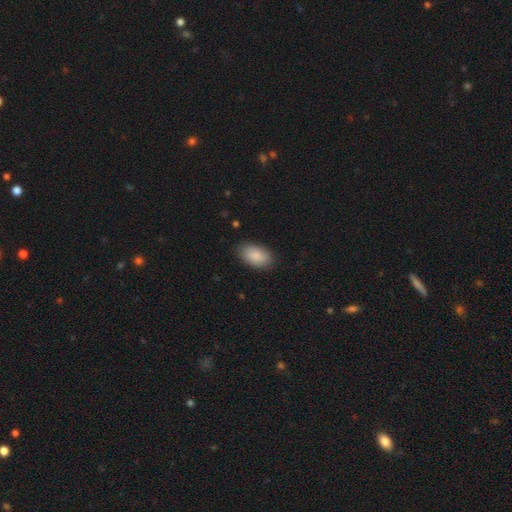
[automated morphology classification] type=smooth (88%); roundness=in between (94%); merging=none (85%).